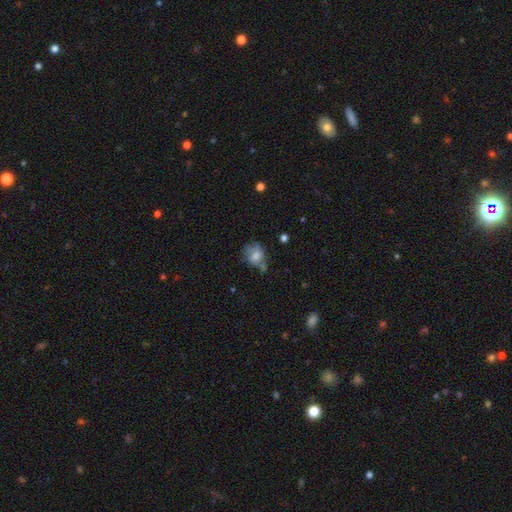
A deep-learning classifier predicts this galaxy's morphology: A smooth galaxy with no disk features (65%) that is round (54%). Merging: none (43%).